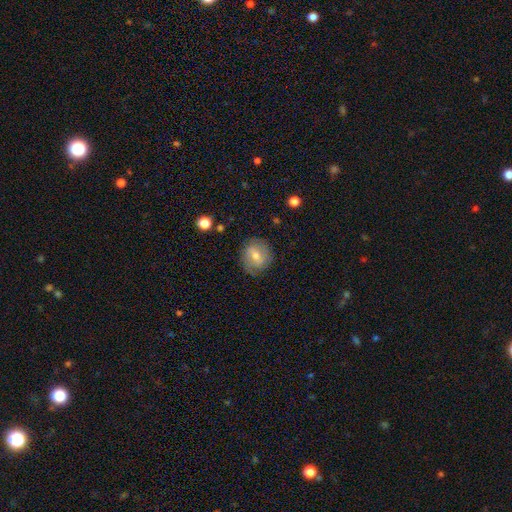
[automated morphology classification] Overall: smooth (51%; featured or disk 39%). How rounded: round (77%). Merging: none (80%).